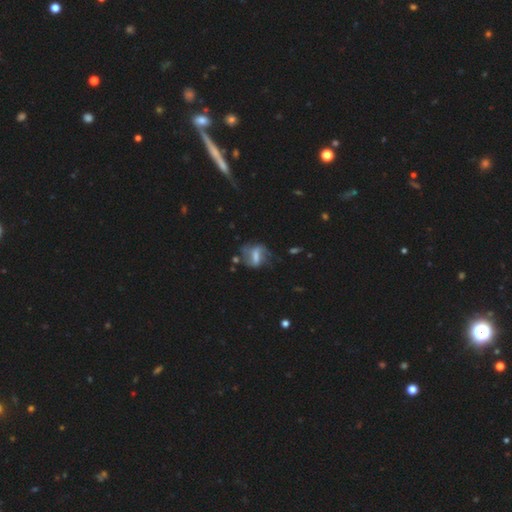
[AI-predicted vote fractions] A featured or disk galaxy (63%) with a strong bar (52%), spiral arms (71%) and no central bulge (32%). Merging: none (55%).